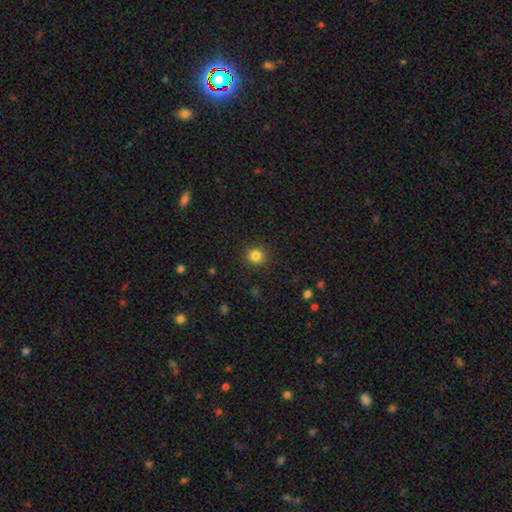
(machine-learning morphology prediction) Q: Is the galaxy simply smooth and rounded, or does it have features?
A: smooth — 84%.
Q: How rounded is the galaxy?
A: round — 91%.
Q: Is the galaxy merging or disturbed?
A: none — 90%.